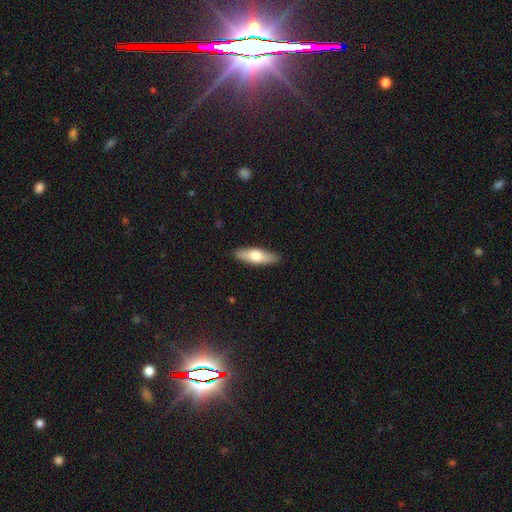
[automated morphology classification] Q: Smooth or featured?
A: smooth (64%); runner-up: featured or disk (31%)
Q: How rounded?
A: cigar-shaped (51%); runner-up: in between (47%)
Q: Merging?
A: none (89%); runner-up: minor disturbance (8%)